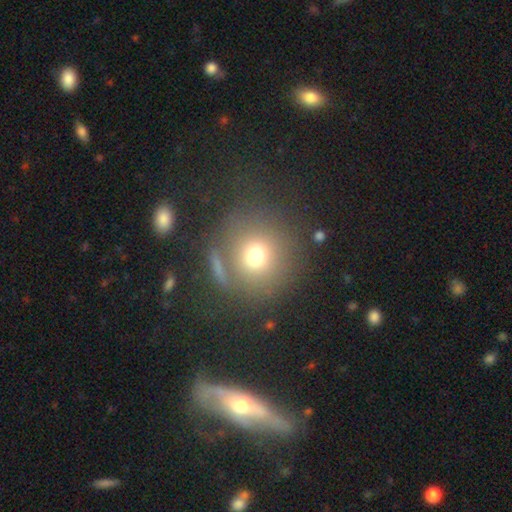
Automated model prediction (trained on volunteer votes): Smooth or featured? Predicted: smooth (p=0.71). How rounded? Predicted: round (p=0.90). Merging? Predicted: none (p=0.72).